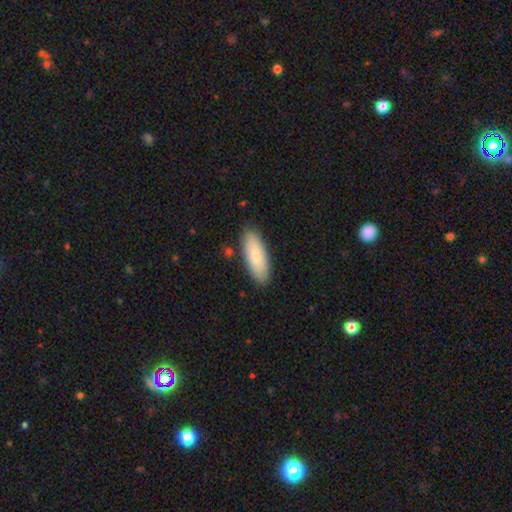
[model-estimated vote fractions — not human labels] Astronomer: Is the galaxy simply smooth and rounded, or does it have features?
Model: smooth — 76%.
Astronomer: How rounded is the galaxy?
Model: in between — 69%.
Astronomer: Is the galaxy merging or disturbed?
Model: none — 86%.